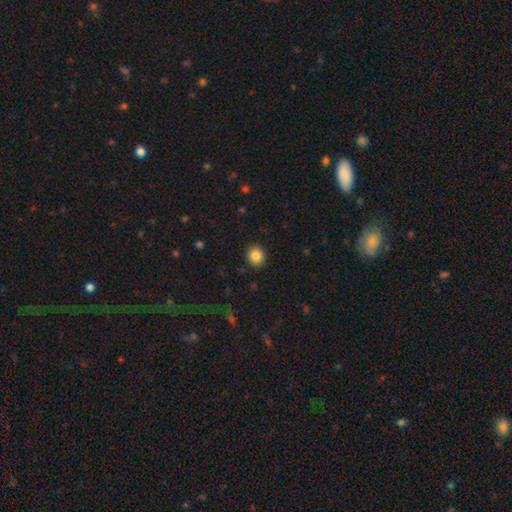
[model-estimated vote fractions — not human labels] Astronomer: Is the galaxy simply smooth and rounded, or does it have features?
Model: smooth — 86%.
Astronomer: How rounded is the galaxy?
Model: round — 86%.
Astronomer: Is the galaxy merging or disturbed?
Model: none — 91%.